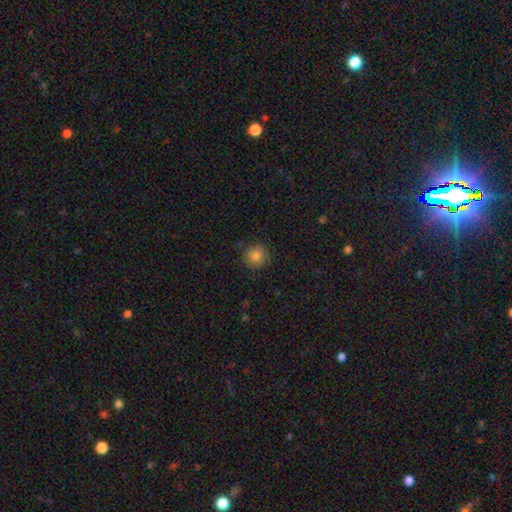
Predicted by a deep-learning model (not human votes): Smooth or featured: smooth — 84% (star or artifact — 11%)
How rounded: round — 91% (in between — 8%)
Merging: none — 87% (minor disturbance — 9%)